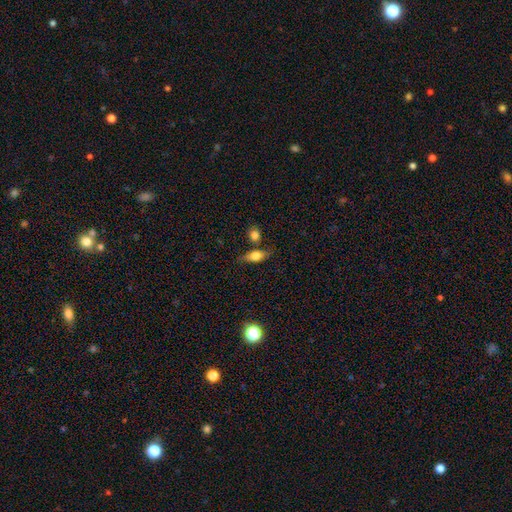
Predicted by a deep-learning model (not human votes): A smooth galaxy with no disk features (64%) that is in between round and cigar-shaped (72%).

Vote fractions:
- Smooth or featured? smooth: 64% / featured or disk: 27% / star or artifact: 9%
- How rounded? in between: 72% / cigar-shaped: 19% / round: 9%
- Merging? none: 66% / minor disturbance: 17% / merger: 12% / major disturbance: 5%